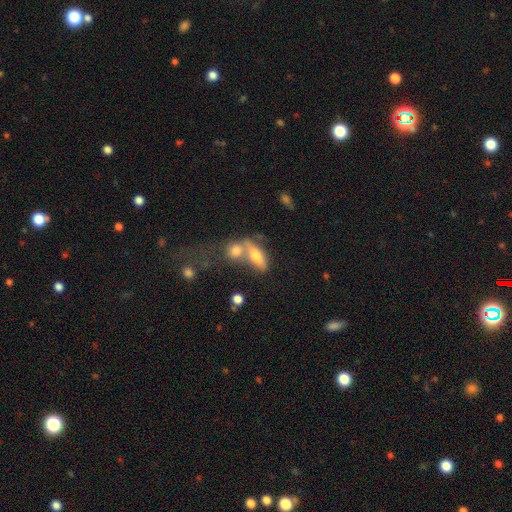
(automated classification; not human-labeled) smooth_or_featured: smooth (p=0.58) [alt: featured or disk p=0.33]
how_rounded: in between (p=0.60) [alt: cigar-shaped p=0.32]
merging: merger (p=0.46) [alt: none p=0.37]